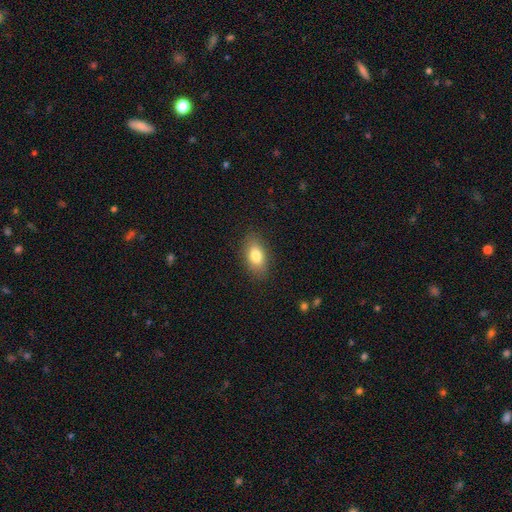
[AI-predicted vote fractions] Morphology: type=smooth (80%); roundness=in between (88%); merging=none (87%).